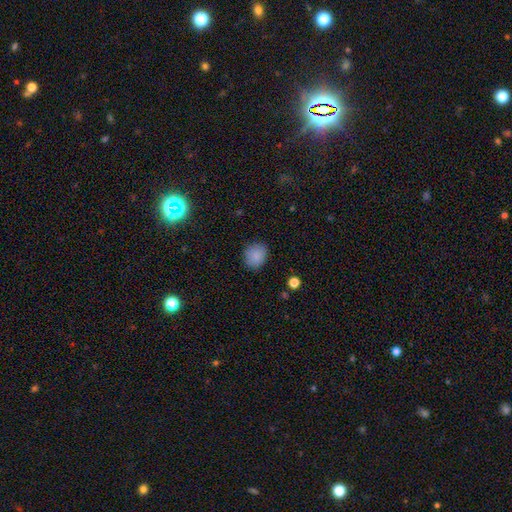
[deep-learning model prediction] Q: Smooth or featured?
A: smooth (86%); runner-up: star or artifact (9%)
Q: How rounded?
A: round (72%); runner-up: in between (27%)
Q: Merging?
A: none (84%); runner-up: minor disturbance (12%)